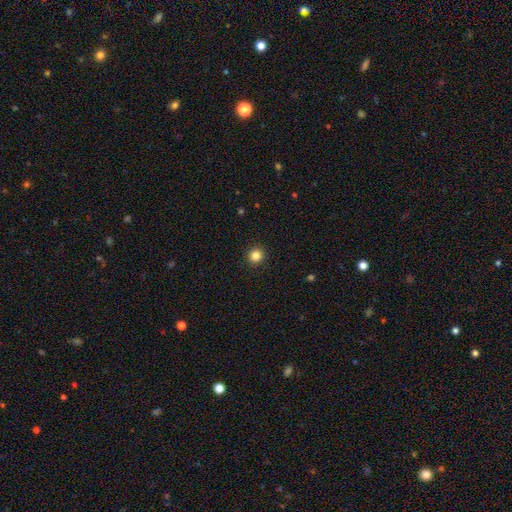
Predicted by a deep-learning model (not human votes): smooth-or-featured: smooth: 84% | star or artifact: 11% | featured or disk: 4%
  how-rounded: round: 93% | in between: 6% | cigar-shaped: 1%
  merging: none: 93% | minor disturbance: 4% | major disturbance: 2% | merger: 1%